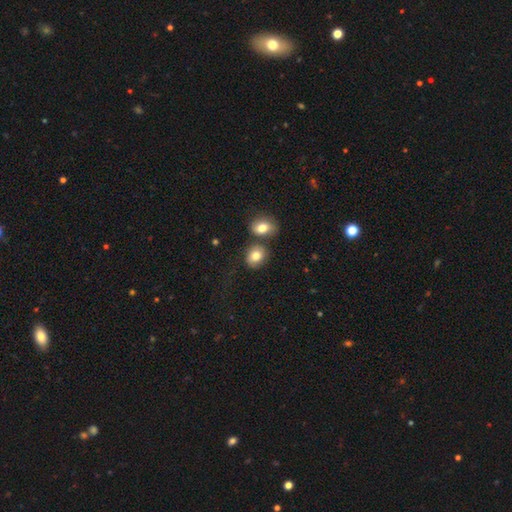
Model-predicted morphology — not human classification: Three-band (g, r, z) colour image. It shows a smooth galaxy with no disk features (80%) that is round (55%). Merging: none (65%).